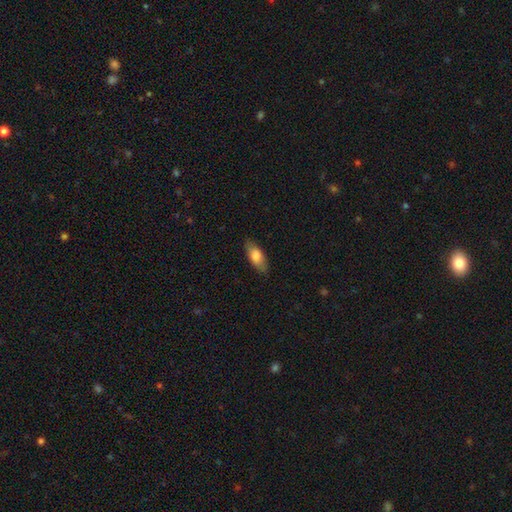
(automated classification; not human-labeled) This appears to be a smooth galaxy with no disk features (74%) that is in between round and cigar-shaped (79%). Merging: none (82%).